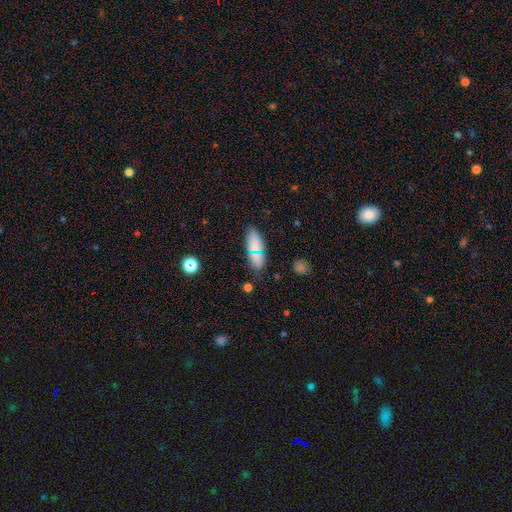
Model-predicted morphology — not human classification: Smooth or featured?
  - smooth: 75% *
  - star or artifact: 15%
  - featured or disk: 11%
How rounded?
  - in between: 79% *
  - cigar-shaped: 17%
  - round: 4%
Merging?
  - none: 82% *
  - minor disturbance: 12%
  - major disturbance: 3%
  - merger: 3%